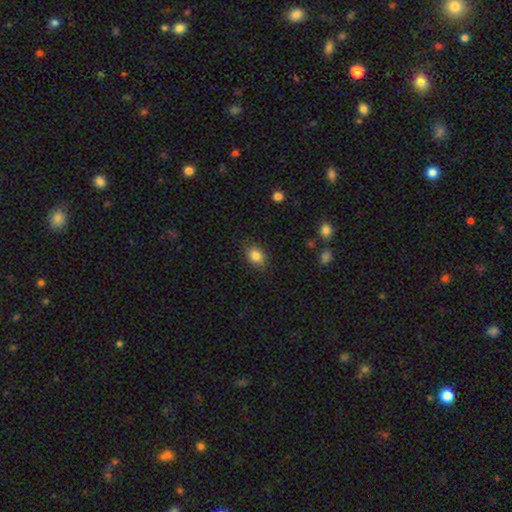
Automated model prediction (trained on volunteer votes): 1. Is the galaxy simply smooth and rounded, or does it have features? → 84% smooth, 10% star or artifact, 6% featured or disk.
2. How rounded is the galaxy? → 63% in between, 35% round, 1% cigar-shaped.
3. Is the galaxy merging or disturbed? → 84% none, 12% minor disturbance, 3% major disturbance, 1% merger.